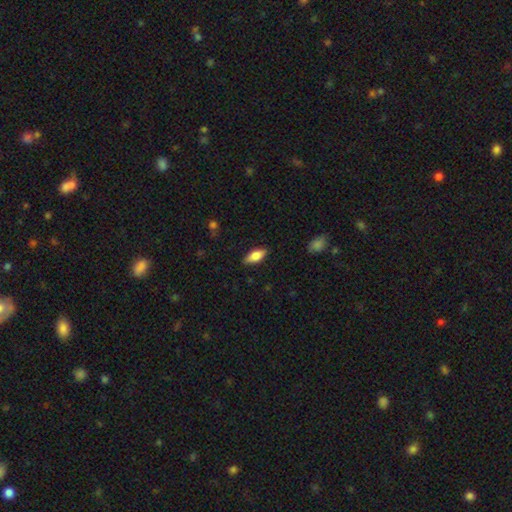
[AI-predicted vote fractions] A smooth galaxy with no disk features (73%) that is in between round and cigar-shaped (80%).

Vote fractions:
- Smooth or featured? smooth: 73% / featured or disk: 21% / star or artifact: 6%
- How rounded? in between: 80% / cigar-shaped: 18% / round: 2%
- Merging? none: 86% / minor disturbance: 11% / major disturbance: 2% / merger: 1%